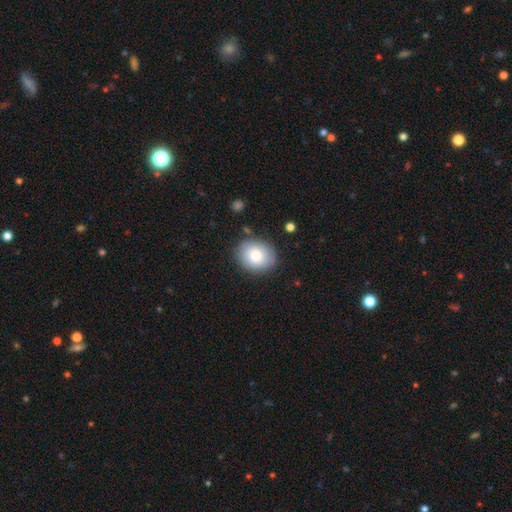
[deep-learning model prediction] smooth 82%, featured or disk 11%, star or artifact 7%. Down the decision tree: how rounded — round (55%); merging — none (84%).